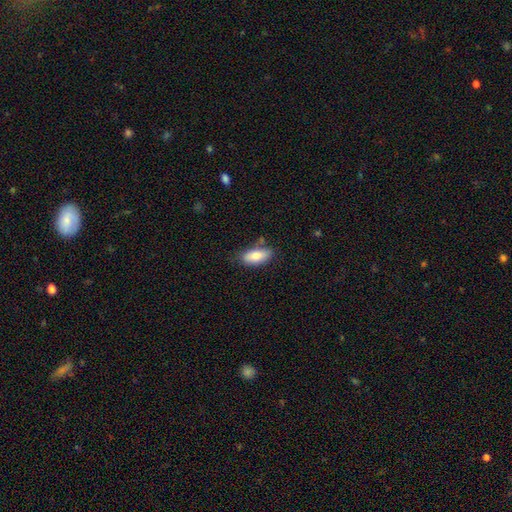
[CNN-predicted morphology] Smooth or featured: smooth — 81% (featured or disk — 12%)
How rounded: in between — 87% (cigar-shaped — 11%)
Merging: none — 72% (minor disturbance — 19%)